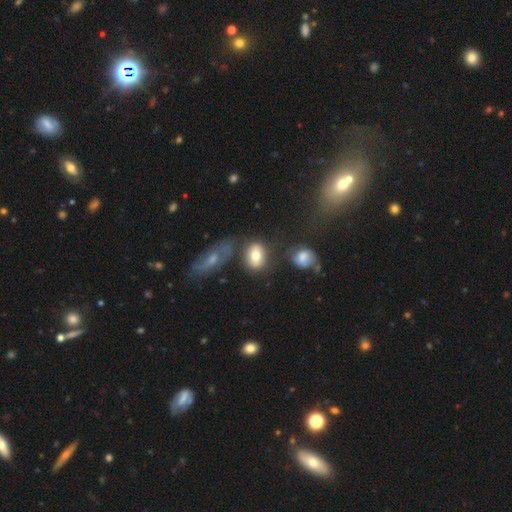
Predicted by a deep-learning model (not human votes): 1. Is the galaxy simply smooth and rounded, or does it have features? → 74% smooth, 17% featured or disk, 9% star or artifact.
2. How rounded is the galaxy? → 68% in between, 29% round, 3% cigar-shaped.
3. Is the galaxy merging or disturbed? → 65% none, 16% minor disturbance, 12% merger, 7% major disturbance.